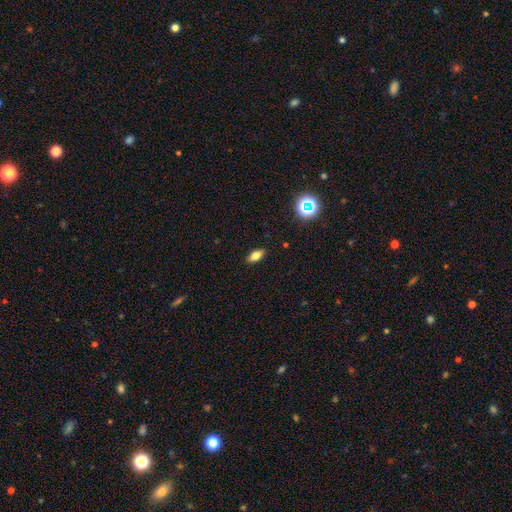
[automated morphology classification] Overall: smooth (75%). How rounded: in between (83%). Merging: none (89%).